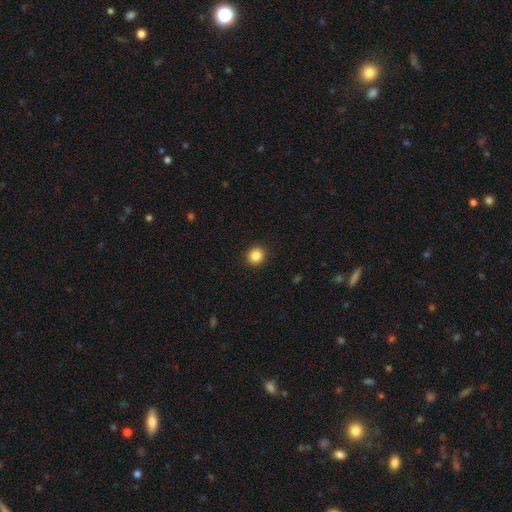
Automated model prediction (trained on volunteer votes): A smooth galaxy with no disk features (86%) that is round (89%). Merging: none (92%).